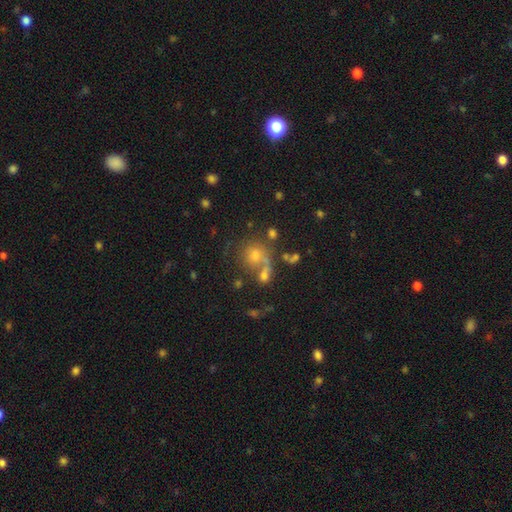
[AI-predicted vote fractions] smooth_or_featured: smooth (p=0.54) [alt: featured or disk p=0.25]
how_rounded: round (p=0.78) [alt: in between p=0.21]
merging: none (p=0.45) [alt: merger p=0.26]